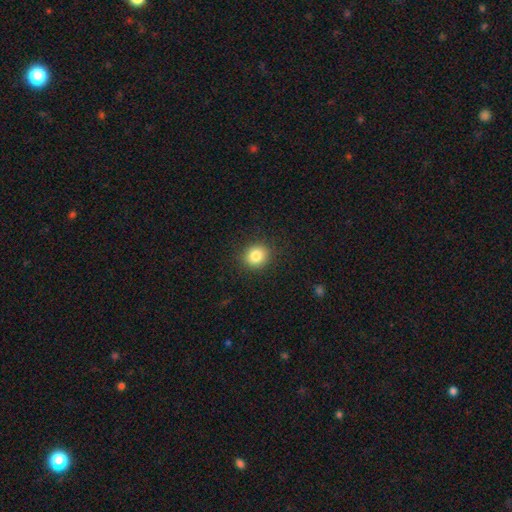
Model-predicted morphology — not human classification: Smooth or featured? smooth (84%)
How rounded? round (80%)
Merging? none (90%)